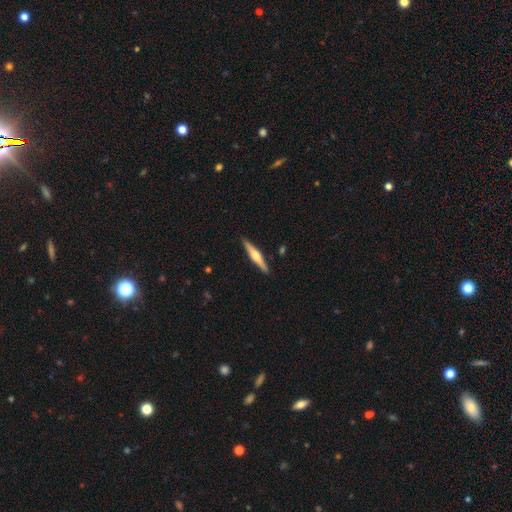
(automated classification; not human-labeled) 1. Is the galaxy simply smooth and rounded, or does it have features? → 63% featured or disk, 32% smooth, 5% star or artifact.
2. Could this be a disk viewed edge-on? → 98% yes, 2% no.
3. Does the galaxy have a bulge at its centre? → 84% rounded, 11% boxy, 6% none.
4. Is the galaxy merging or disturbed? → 90% none, 7% minor disturbance, 1% major disturbance, 1% merger.